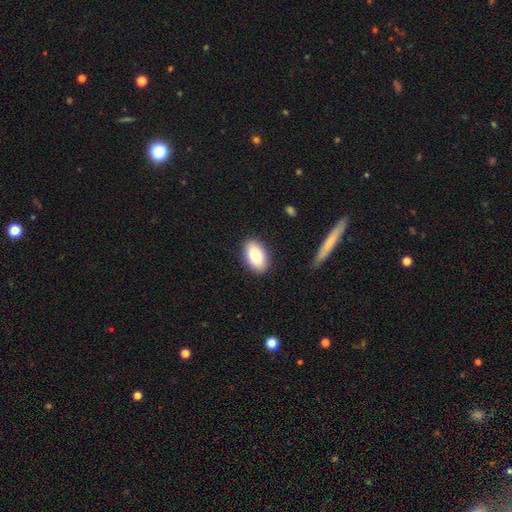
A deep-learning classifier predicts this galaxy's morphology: Smooth or featured: smooth — 80% (featured or disk — 12%)
How rounded: in between — 92% (round — 6%)
Merging: none — 87% (minor disturbance — 9%)